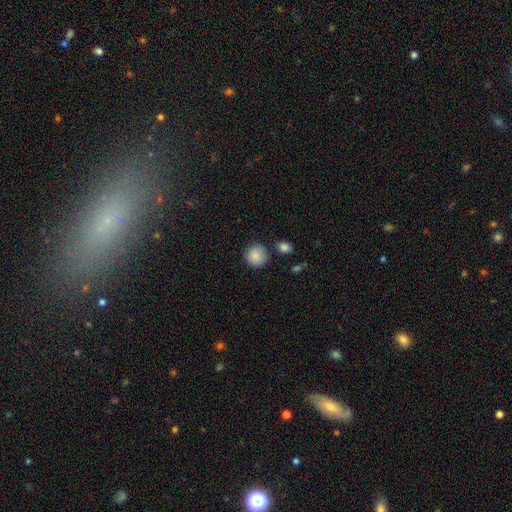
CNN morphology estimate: Smooth or featured?
  - smooth: 87% *
  - star or artifact: 8%
  - featured or disk: 5%
How rounded?
  - round: 92% *
  - in between: 7%
  - cigar-shaped: 1%
Merging?
  - none: 83% *
  - minor disturbance: 10%
  - merger: 4%
  - major disturbance: 3%